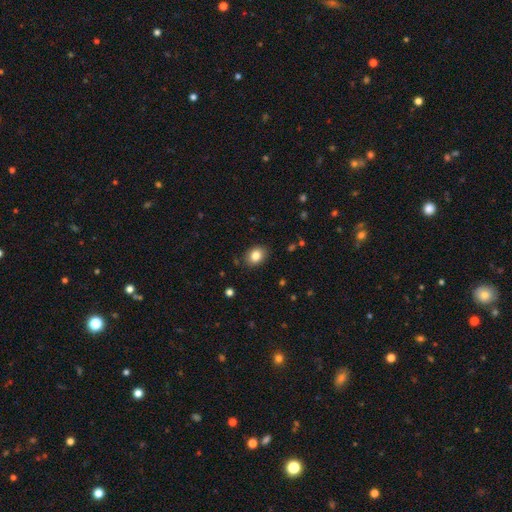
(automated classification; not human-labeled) Smooth or featured: smooth — 84% (star or artifact — 9%)
How rounded: in between — 58% (round — 41%)
Merging: none — 87% (minor disturbance — 9%)